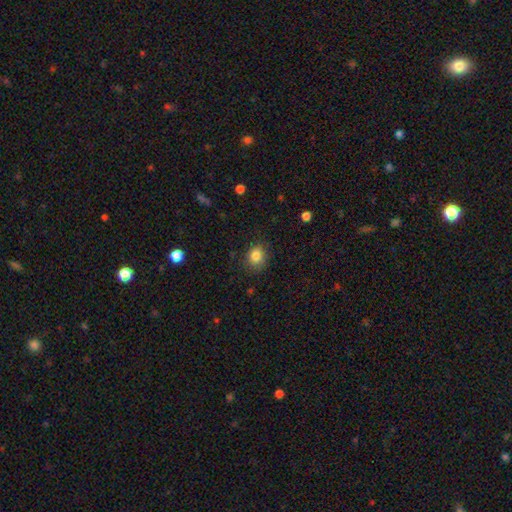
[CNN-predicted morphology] This appears to be a smooth galaxy with no disk features (84%) that is round (59%). Merging: none (77%).